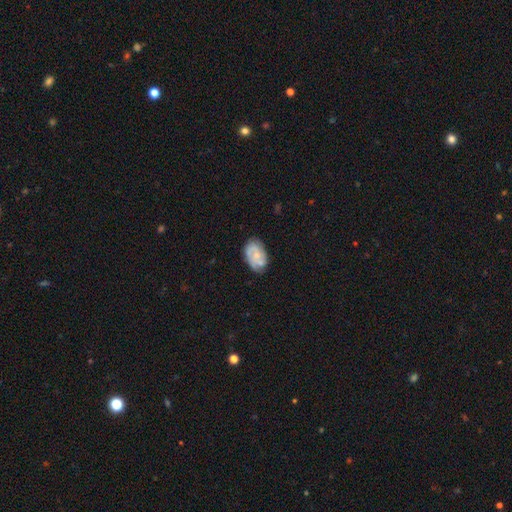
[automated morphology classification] smooth_or_featured: featured or disk (p=0.66) [alt: smooth p=0.27]
disk_edge_on: no (p=0.97) [alt: yes p=0.03]
bar: no (p=0.72) [alt: weak p=0.24]
has_spiral_arms: yes (p=0.88) [alt: no p=0.12]
spiral_winding: tight (p=0.50) [alt: medium p=0.38]
spiral_arm_count: 3 (p=0.29) [tied with: can't tell p=0.29]
bulge_size: small (p=0.57) [alt: moderate p=0.30]
merging: none (p=0.69) [alt: minor disturbance p=0.22]